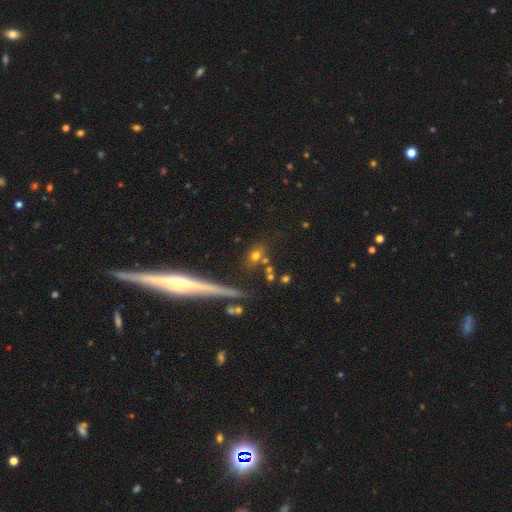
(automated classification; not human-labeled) Smooth or featured? smooth (66%)
How rounded? in between (47%)
Merging? none (71%)